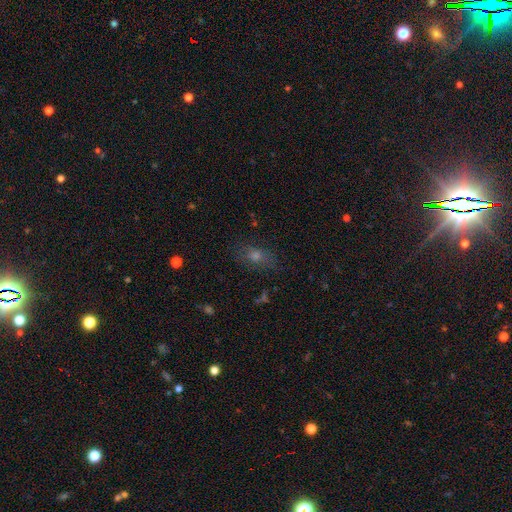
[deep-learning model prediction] Smooth or featured? Predicted: smooth (p=0.52). How rounded? Predicted: in between (p=0.71). Merging? Predicted: none (p=0.80).